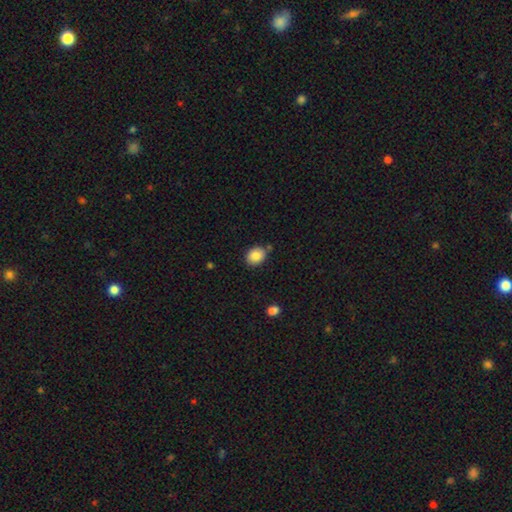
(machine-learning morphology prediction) A smooth galaxy with no disk features (85%) that is round (52%). Merging: none (78%).